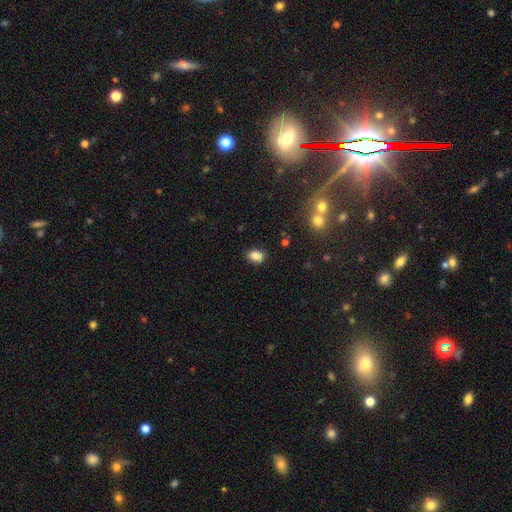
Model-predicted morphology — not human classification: Smooth or featured? smooth (84%)
How rounded? in between (69%)
Merging? none (84%)